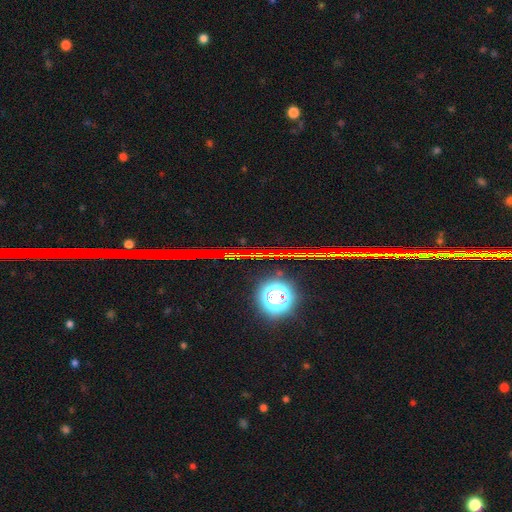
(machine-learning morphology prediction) The model was most divided on "smooth or featured": star or artifact: 76%, smooth: 14%, featured or disk: 11%.